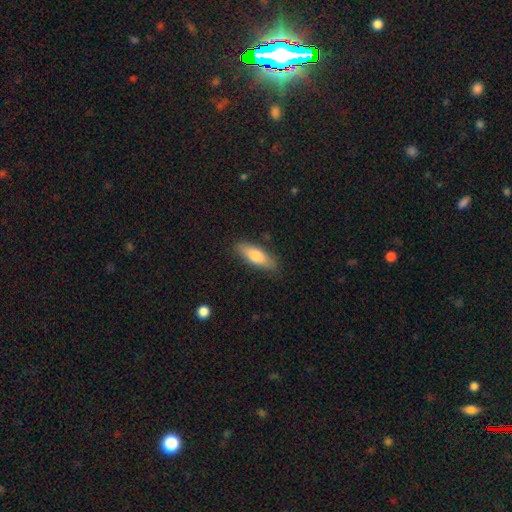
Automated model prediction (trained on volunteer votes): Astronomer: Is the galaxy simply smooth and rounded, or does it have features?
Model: smooth — 76%.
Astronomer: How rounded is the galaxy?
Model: in between — 56% (runner-up: cigar-shaped, 42%).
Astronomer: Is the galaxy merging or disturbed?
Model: none — 84%.